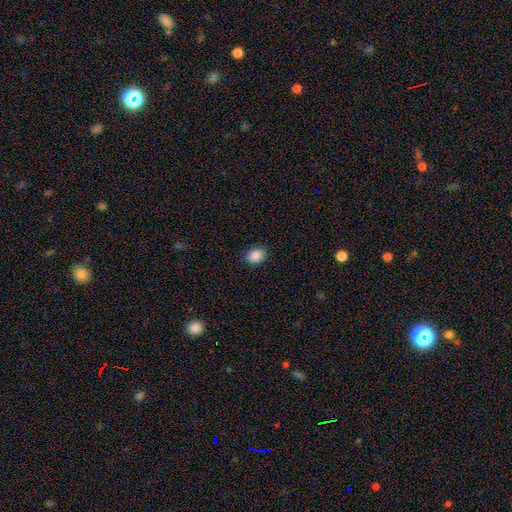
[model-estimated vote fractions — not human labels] This is clearly a smooth galaxy (88%). How rounded: likely in between (62%). Merging: clearly none (87%).